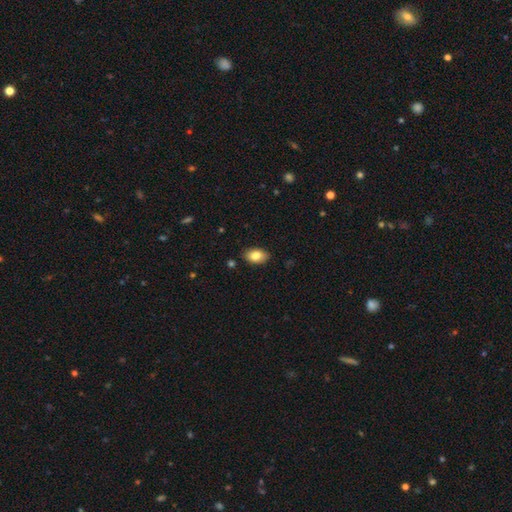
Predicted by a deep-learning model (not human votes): The model was most divided on "smooth or featured": smooth: 83%, featured or disk: 10%, star or artifact: 8%. More confident: how rounded — in between (90%); merging — none (87%).